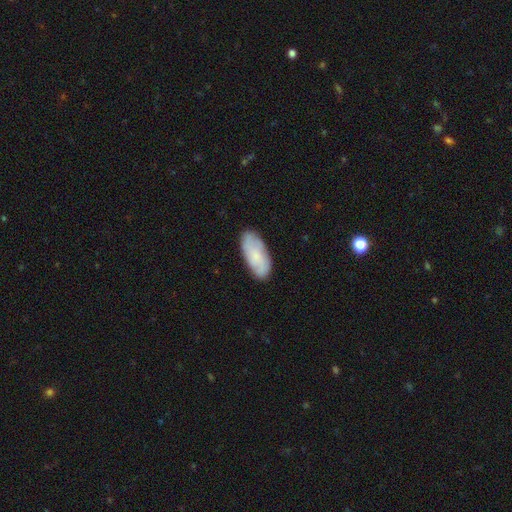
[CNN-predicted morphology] The model was most divided on "smooth or featured": smooth: 65%, featured or disk: 29%, star or artifact: 7%. More confident: how rounded — in between (86%); merging — none (80%).